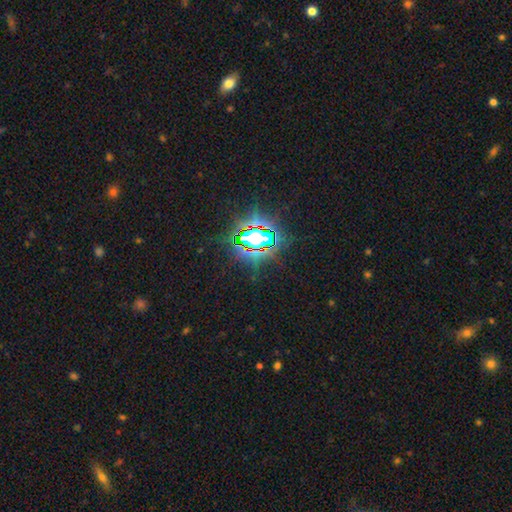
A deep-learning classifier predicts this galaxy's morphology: Q: Smooth or featured?
A: star or artifact (78%); runner-up: smooth (13%)